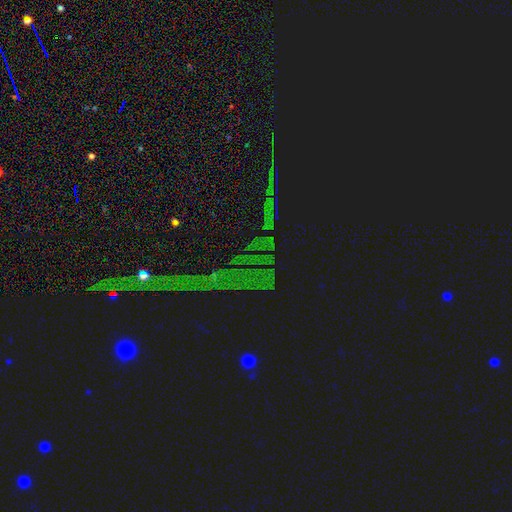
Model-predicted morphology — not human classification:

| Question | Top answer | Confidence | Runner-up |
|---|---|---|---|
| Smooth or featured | star or artifact | 85% | smooth (8%) |